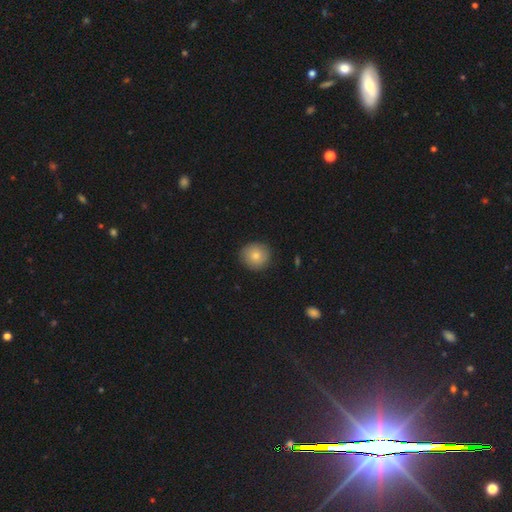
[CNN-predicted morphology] This is clearly a smooth galaxy (80%). How rounded: clearly round (91%). Merging: clearly none (89%).